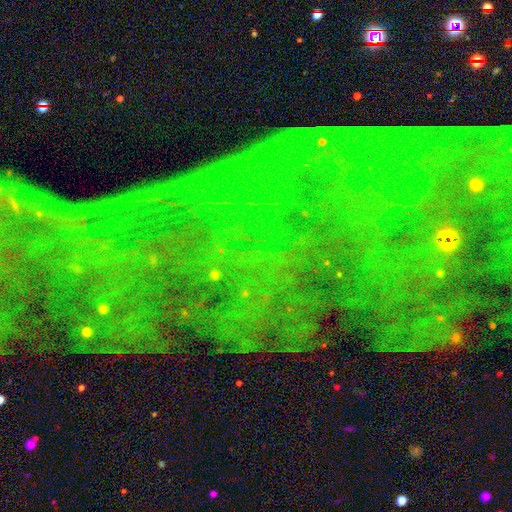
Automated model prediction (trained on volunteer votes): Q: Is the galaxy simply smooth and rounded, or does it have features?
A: star or artifact — 81%.